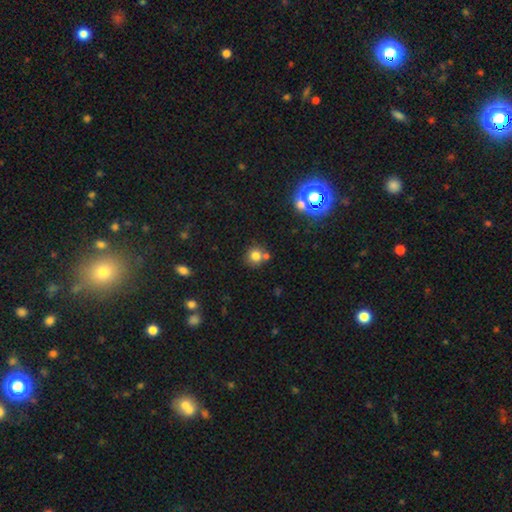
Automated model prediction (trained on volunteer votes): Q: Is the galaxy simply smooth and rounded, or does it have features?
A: smooth — 77%.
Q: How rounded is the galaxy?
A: round — 89%.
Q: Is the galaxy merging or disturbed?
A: none — 65%.